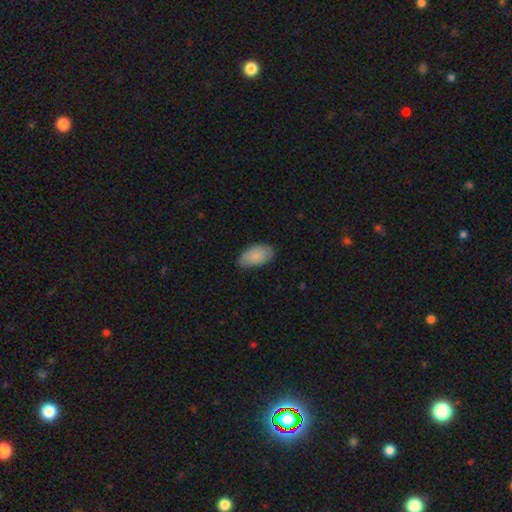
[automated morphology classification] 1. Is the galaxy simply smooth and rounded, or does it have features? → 85% smooth, 9% featured or disk, 6% star or artifact.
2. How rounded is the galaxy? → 95% in between, 3% round, 2% cigar-shaped.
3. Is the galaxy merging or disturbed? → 73% none, 22% minor disturbance, 3% major disturbance, 1% merger.